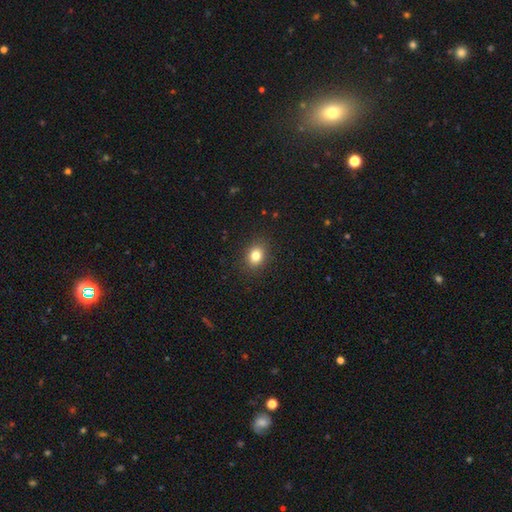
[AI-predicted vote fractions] Smooth or featured?
  - smooth: 82% *
  - star or artifact: 11%
  - featured or disk: 7%
How rounded?
  - round: 53% *
  - in between: 46%
  - cigar-shaped: 1%
Merging?
  - none: 89% *
  - minor disturbance: 8%
  - major disturbance: 2%
  - merger: 1%